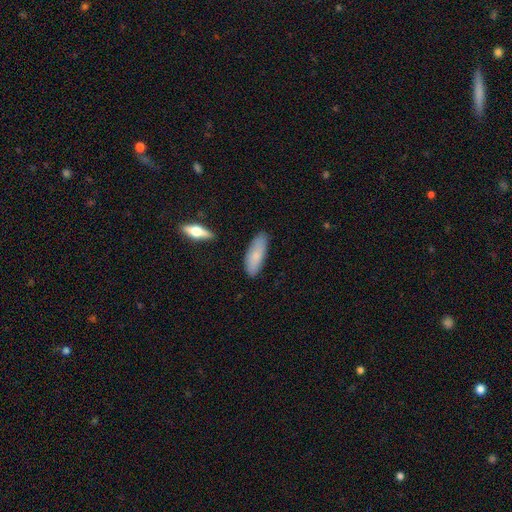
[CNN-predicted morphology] Q: Smooth or featured?
A: smooth (79%); runner-up: featured or disk (15%)
Q: How rounded?
A: in between (62%); runner-up: cigar-shaped (36%)
Q: Merging?
A: none (80%); runner-up: minor disturbance (15%)